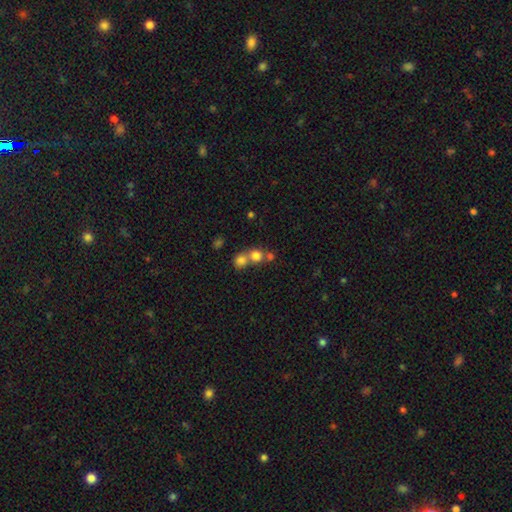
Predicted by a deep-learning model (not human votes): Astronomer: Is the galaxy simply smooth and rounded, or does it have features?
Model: smooth — 75%.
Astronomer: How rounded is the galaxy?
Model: round — 84%.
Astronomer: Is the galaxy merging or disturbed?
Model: merger — 53% (runner-up: none, 39%).